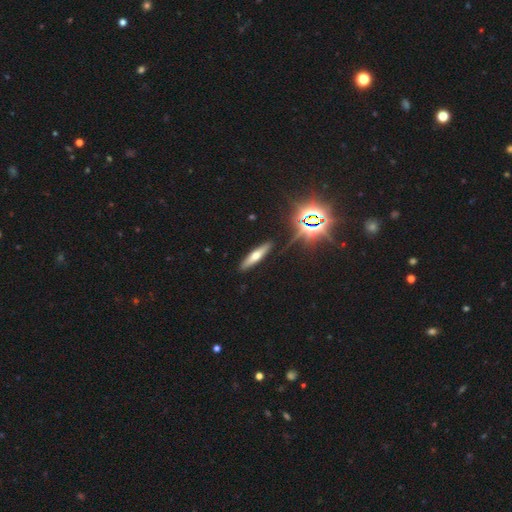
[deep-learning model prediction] smooth_or_featured: smooth (p=0.45) [alt: featured or disk p=0.39]
merging: none (p=0.88) [alt: minor disturbance p=0.08]